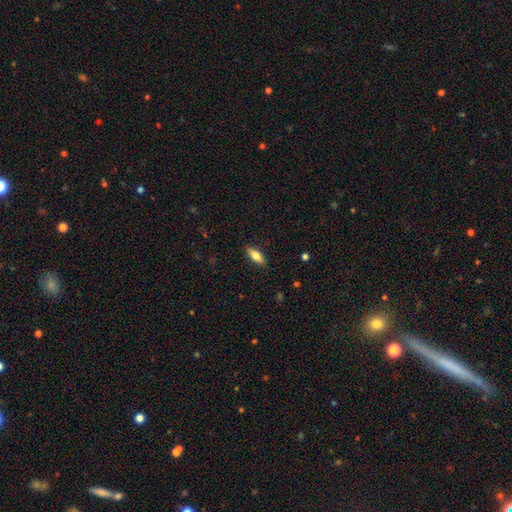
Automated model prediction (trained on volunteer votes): The model was most divided on "how rounded": in between: 66%, cigar-shaped: 31%, round: 2%. More confident: merging — none (88%); smooth or featured — smooth (69%).